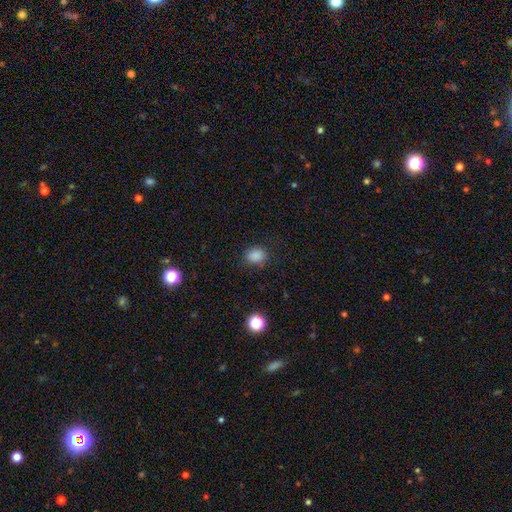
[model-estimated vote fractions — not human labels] Overall: smooth (85%). How rounded: in between (50%; round 49%). Merging: none (82%).